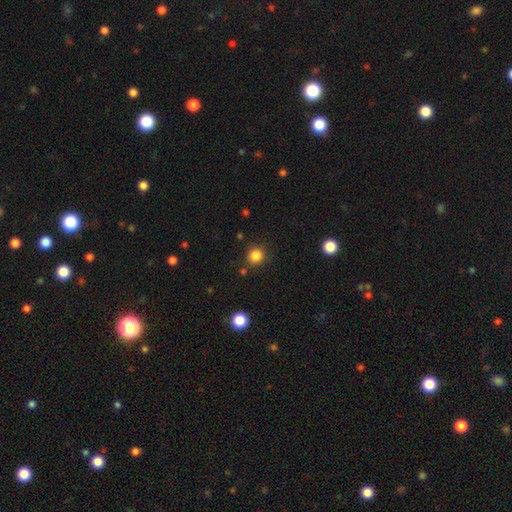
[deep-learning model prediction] smooth 84%, star or artifact 12%, featured or disk 4%. Down the decision tree: how rounded — round (88%); merging — none (85%).